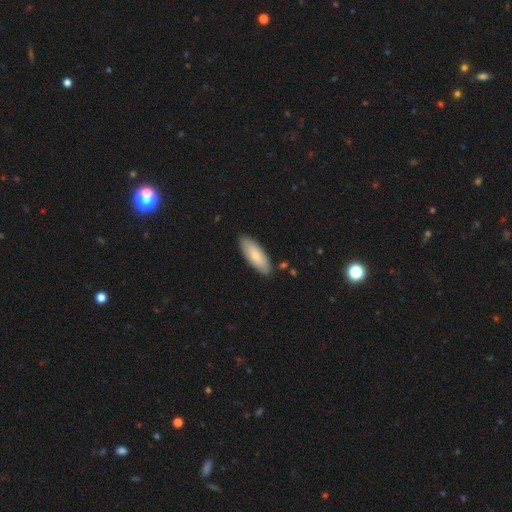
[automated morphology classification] A smooth galaxy with no disk features (78%) that is in between round and cigar-shaped (70%).

Vote fractions:
- Smooth or featured? smooth: 78% / featured or disk: 17% / star or artifact: 5%
- How rounded? in between: 70% / cigar-shaped: 29% / round: 2%
- Merging? none: 86% / minor disturbance: 11% / major disturbance: 2% / merger: 2%